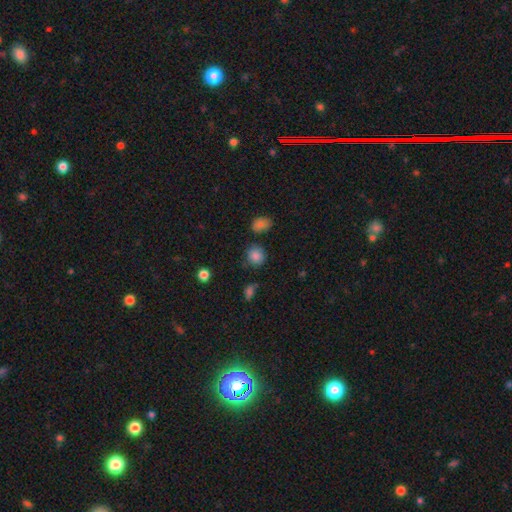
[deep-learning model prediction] A smooth galaxy with no disk features (83%) that is round (86%). Merging: none (79%).